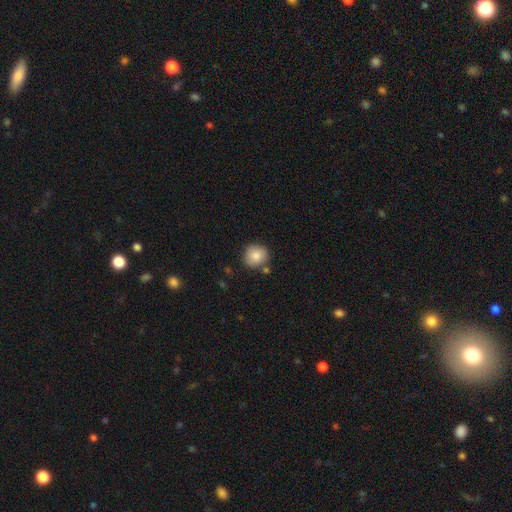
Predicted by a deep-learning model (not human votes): Smooth or featured? smooth (84%)
How rounded? round (86%)
Merging? none (79%)